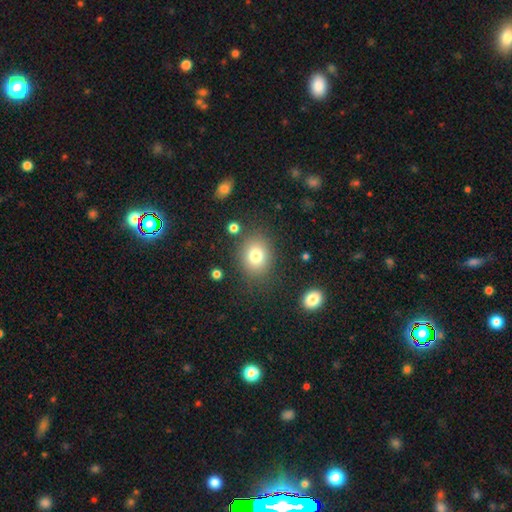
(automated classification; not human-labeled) This appears to be a smooth galaxy with no disk features (78%) that is round (60%). Merging: none (82%).